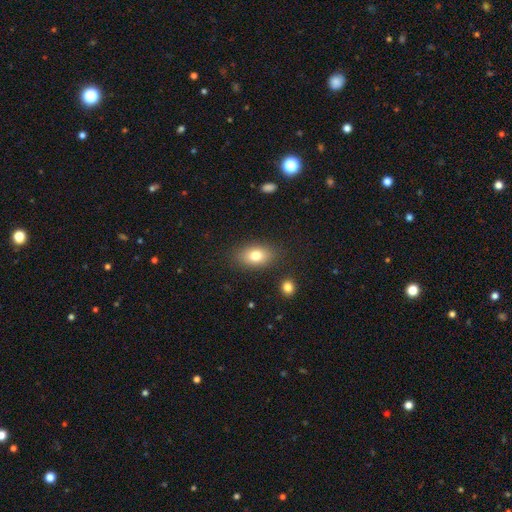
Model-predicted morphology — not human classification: This appears to be a smooth galaxy with no disk features (78%) that is in between round and cigar-shaped (84%). Merging: none (84%).